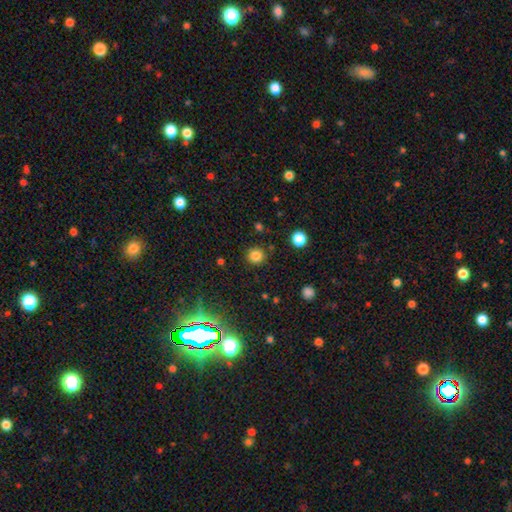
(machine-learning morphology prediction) Smooth or featured? Predicted: smooth (p=0.81). How rounded? Predicted: round (p=0.93). Merging? Predicted: none (p=0.88).